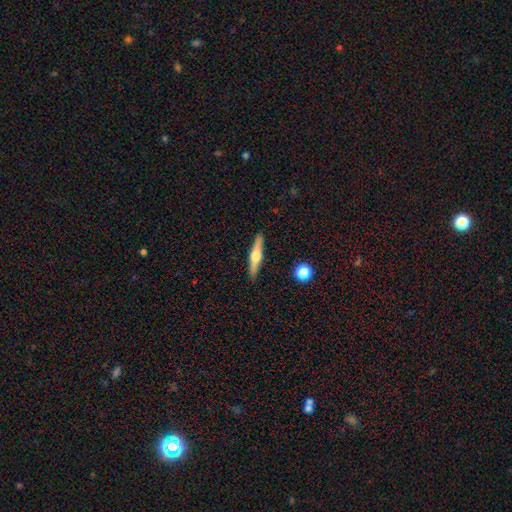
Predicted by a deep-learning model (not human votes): A featured or disk galaxy (65%) viewed edge-on (97%) with a rounded central bulge (94%). Merging: none (91%).